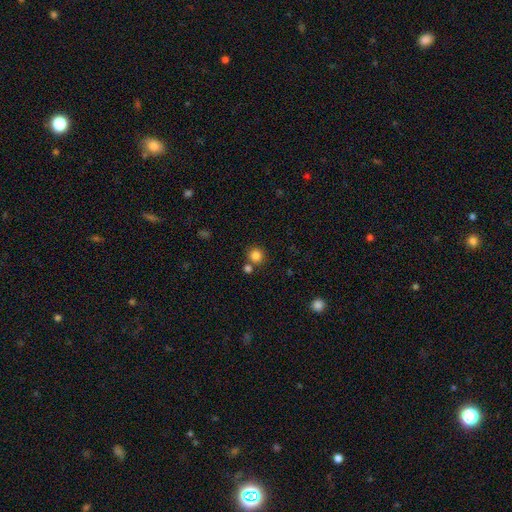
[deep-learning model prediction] The model was most divided on "merging": none: 71%, merger: 17%, minor disturbance: 8%, major disturbance: 3%. More confident: how rounded — round (91%); smooth or featured — smooth (84%).